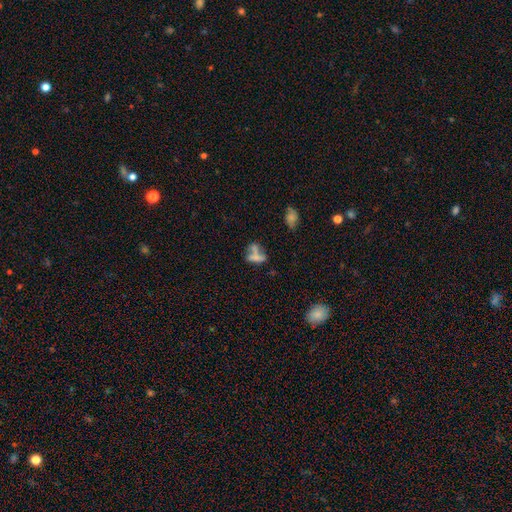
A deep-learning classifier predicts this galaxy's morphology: smooth 53%, featured or disk 32%, star or artifact 15%. Down the decision tree: how rounded — in between (64%); merging — merger (35%, tied with none).